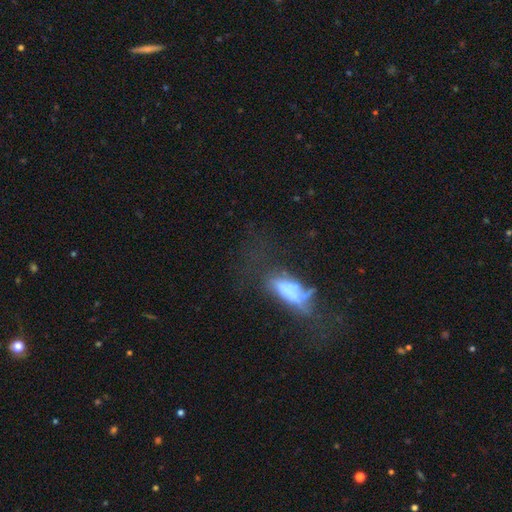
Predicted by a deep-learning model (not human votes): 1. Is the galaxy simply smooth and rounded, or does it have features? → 41% smooth, 39% featured or disk, 20% star or artifact.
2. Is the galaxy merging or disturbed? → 56% none, 23% major disturbance, 18% minor disturbance, 4% merger.